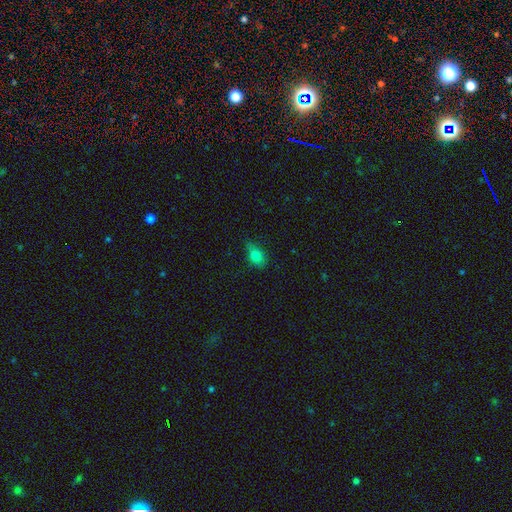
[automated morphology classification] Q: Smooth or featured?
A: smooth (79%); runner-up: star or artifact (11%)
Q: How rounded?
A: in between (76%); runner-up: round (19%)
Q: Merging?
A: none (66%); runner-up: minor disturbance (27%)